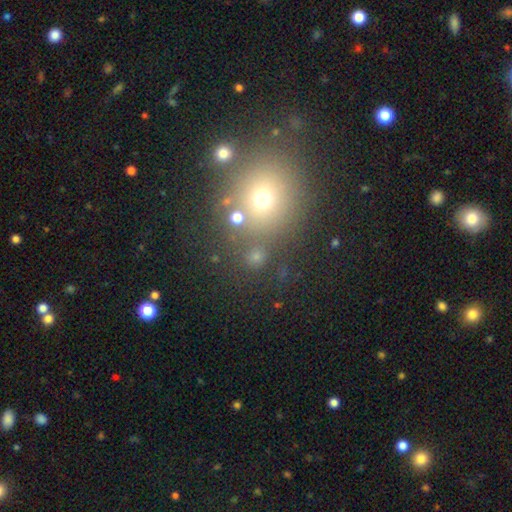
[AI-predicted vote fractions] smooth_or_featured: smooth (p=0.63) [alt: star or artifact p=0.28]
how_rounded: round (p=0.86) [alt: in between p=0.13]
merging: none (p=0.72) [alt: merger p=0.13]